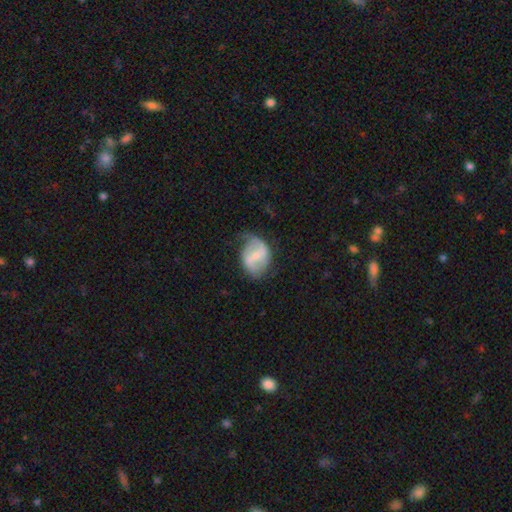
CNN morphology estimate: This appears to be a featured or disk galaxy (63%) with a strong bar (43%), spiral arms (74%) and a small central bulge (47%). Merging: none (57%).